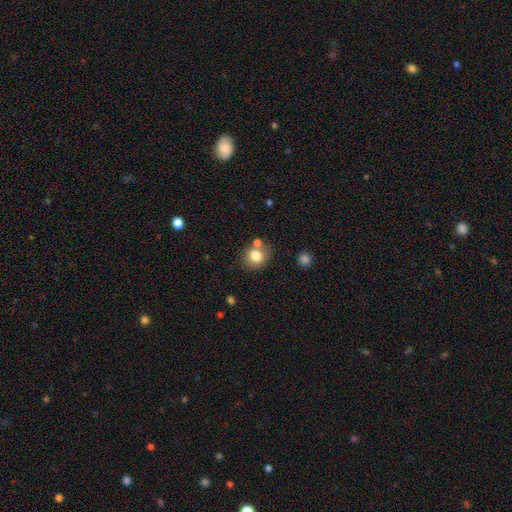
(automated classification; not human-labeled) The model was most divided on "how rounded": round: 71%, in between: 28%, cigar-shaped: 1%. More confident: smooth or featured — smooth (78%); merging — none (67%).